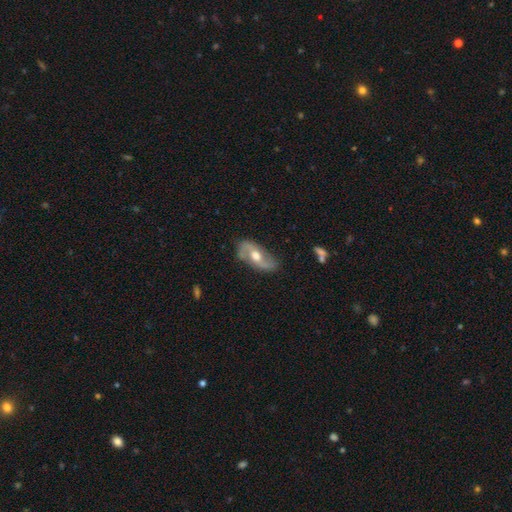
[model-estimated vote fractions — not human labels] A featured or disk galaxy (79%) with no bar (52%), 2 (90%) loose (50%) spiral arms (89%) and a moderate central bulge (68%). Merging: none (77%).